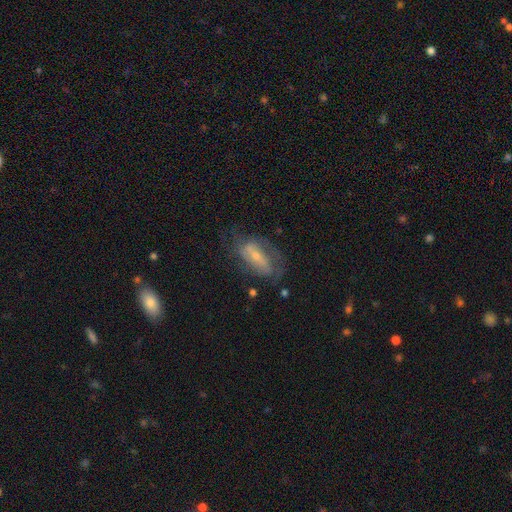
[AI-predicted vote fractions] This appears to be a featured or disk galaxy (68%) with a weak bar (35%), spiral arms (74%) and a small central bulge (61%). Merging: none (54%).